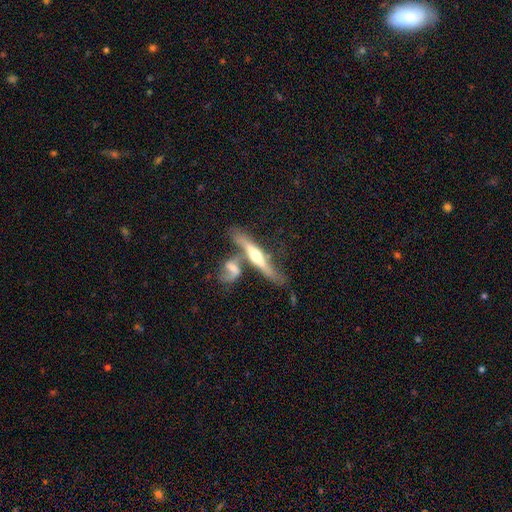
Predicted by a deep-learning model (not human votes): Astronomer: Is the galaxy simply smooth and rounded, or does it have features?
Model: featured or disk — 75%.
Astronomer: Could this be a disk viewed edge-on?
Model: yes — 86%.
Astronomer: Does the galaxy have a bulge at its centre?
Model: rounded — 90%.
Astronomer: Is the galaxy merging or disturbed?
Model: none — 41% (runner-up: merger, 37%).